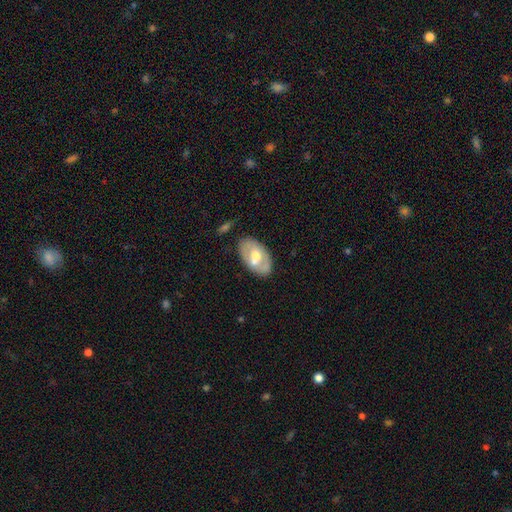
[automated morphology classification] Q: Smooth or featured?
A: featured or disk (50%); runner-up: smooth (44%)
Q: Merging?
A: none (69%); runner-up: minor disturbance (19%)